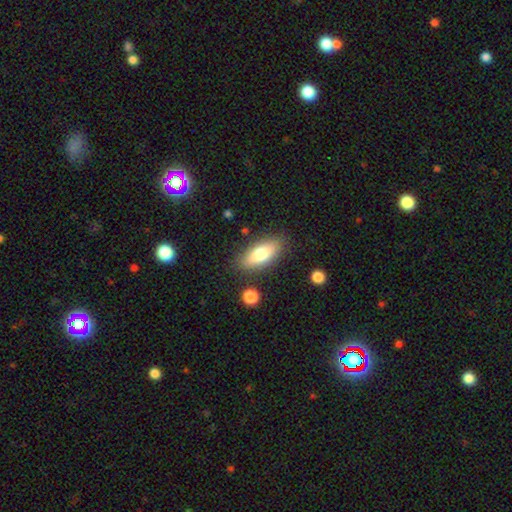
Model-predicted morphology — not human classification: Smooth or featured? smooth (74%)
How rounded? in between (77%)
Merging? none (84%)